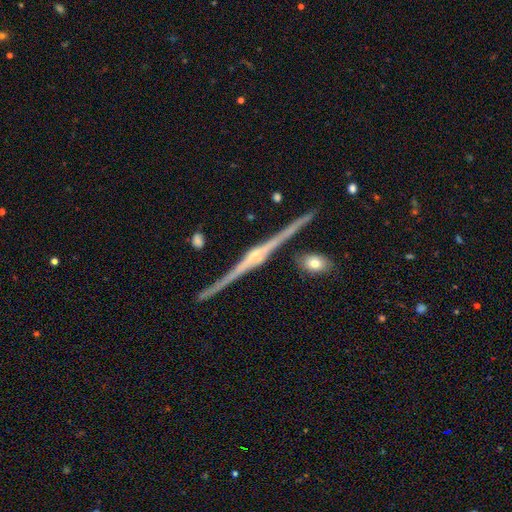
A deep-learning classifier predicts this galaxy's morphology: The model was most divided on "edge-on bulge": rounded: 73%, boxy: 17%, none: 10%. More confident: edge-on disk — yes (99%); smooth or featured — featured or disk (91%); merging — none (89%).